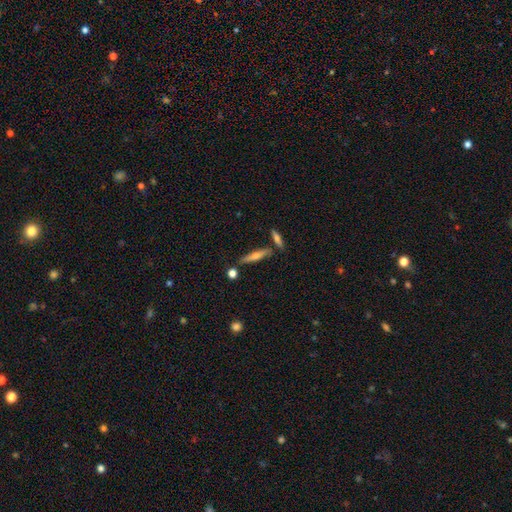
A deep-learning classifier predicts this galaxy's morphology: featured or disk 56%, smooth 35%, star or artifact 9%. Down the decision tree: edge-on disk — yes (94%); edge-on bulge — rounded (83%); merging — none (78%).